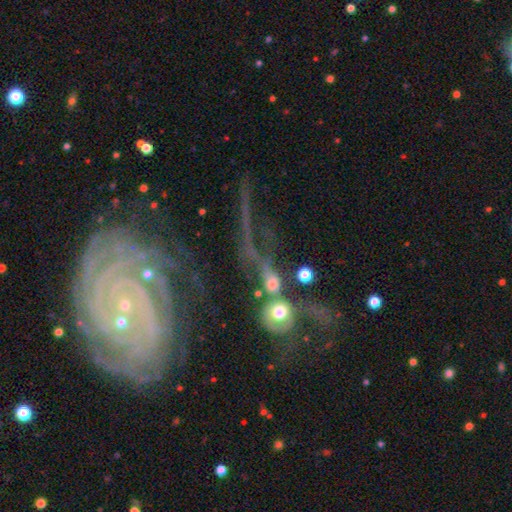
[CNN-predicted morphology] This appears to be a featured or disk galaxy (74%) with no bar (57%), tight (58%) spiral arms (90%) and a small central bulge (78%). Merging: none (50%).